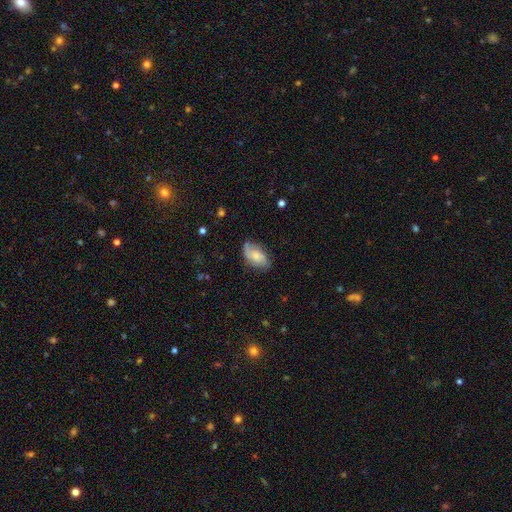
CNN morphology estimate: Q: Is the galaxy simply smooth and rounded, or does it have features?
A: smooth — 52%.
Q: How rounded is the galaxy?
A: in between — 91%.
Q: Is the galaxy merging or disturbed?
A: none — 68%.